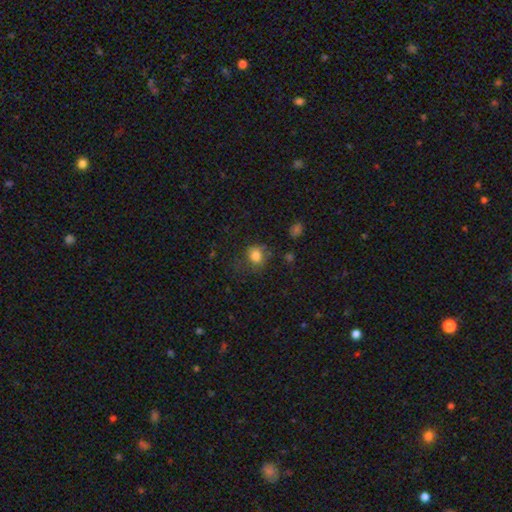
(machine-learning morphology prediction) This appears to be a smooth galaxy with no disk features (82%) that is round (77%). Merging: none (68%).